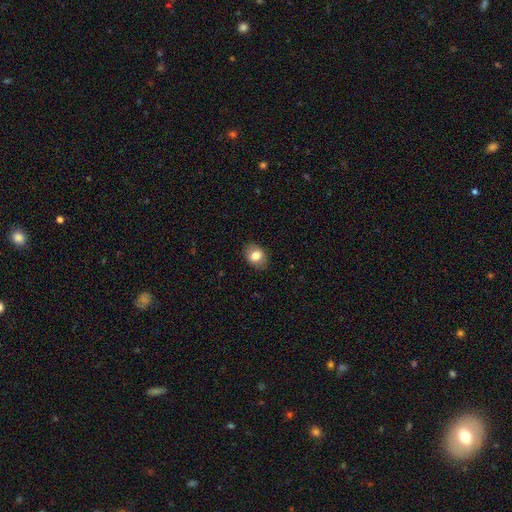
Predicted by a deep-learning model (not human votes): smooth_or_featured: smooth (p=0.80) [alt: featured or disk p=0.11]
how_rounded: in between (p=0.65) [alt: round p=0.34]
merging: none (p=0.86) [alt: minor disturbance p=0.10]